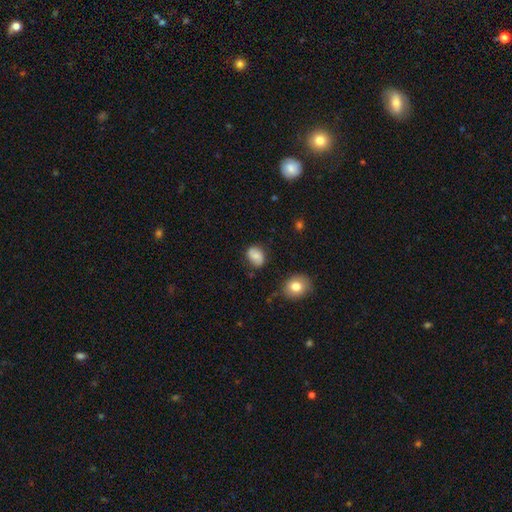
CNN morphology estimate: A smooth galaxy with no disk features (74%) that is in between round and cigar-shaped (68%). Merging: none (75%).